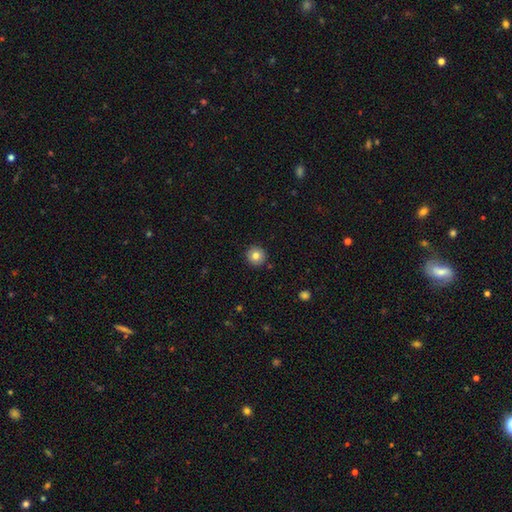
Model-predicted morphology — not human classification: Q: Smooth or featured?
A: smooth (81%); runner-up: featured or disk (10%)
Q: How rounded?
A: round (95%); runner-up: in between (4%)
Q: Merging?
A: none (92%); runner-up: minor disturbance (6%)